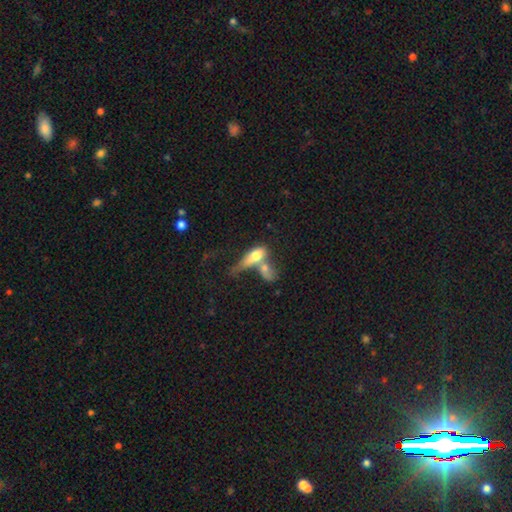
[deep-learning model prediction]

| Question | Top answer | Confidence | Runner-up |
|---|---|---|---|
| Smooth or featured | smooth | 65% | featured or disk (28%) |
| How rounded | in between | 69% | cigar-shaped (25%) |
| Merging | merger | 63% | none (15%) |